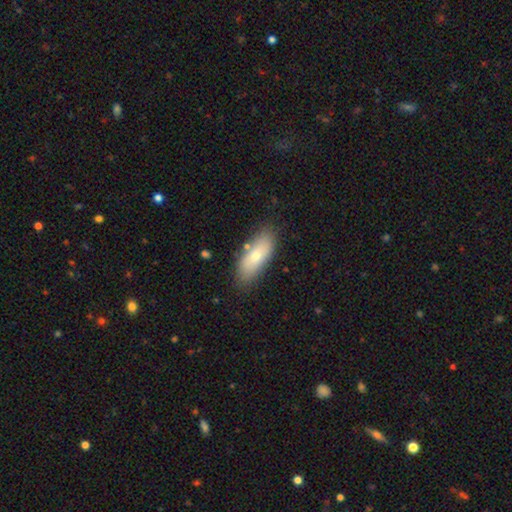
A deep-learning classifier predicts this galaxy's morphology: Smooth or featured?
  - smooth: 72% *
  - featured or disk: 21%
  - star or artifact: 7%
How rounded?
  - in between: 77% *
  - cigar-shaped: 21%
  - round: 3%
Merging?
  - none: 80% *
  - minor disturbance: 13%
  - merger: 4%
  - major disturbance: 3%